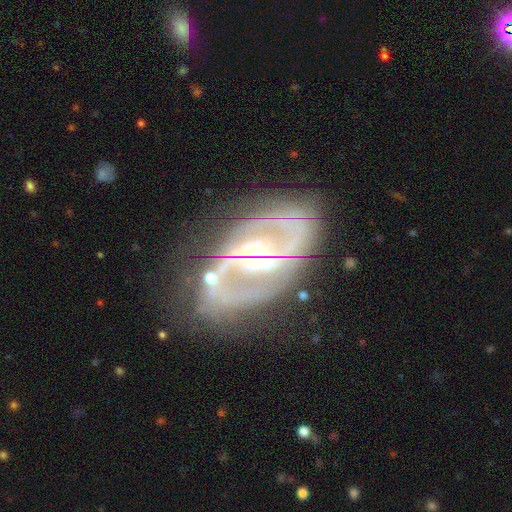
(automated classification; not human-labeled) A featured or disk galaxy (87%) with a weak bar (43%), 2 (68%) medium (47%) spiral arms (92%) and a small central bulge (45%). Merging: none (66%).